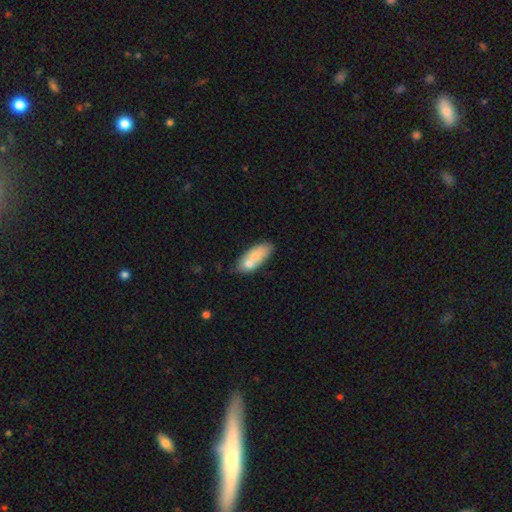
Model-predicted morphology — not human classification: This appears to be a smooth galaxy with no disk features (70%) that is in between round and cigar-shaped (78%). Merging: none (47%).